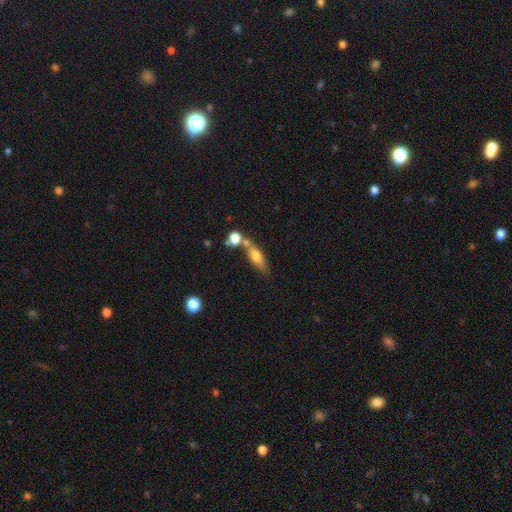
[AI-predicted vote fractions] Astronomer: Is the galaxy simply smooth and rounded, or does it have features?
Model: smooth — 59%.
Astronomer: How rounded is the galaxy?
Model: in between — 49% (runner-up: cigar-shaped, 45%).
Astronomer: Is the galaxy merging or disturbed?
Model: none — 52% (runner-up: merger, 29%).